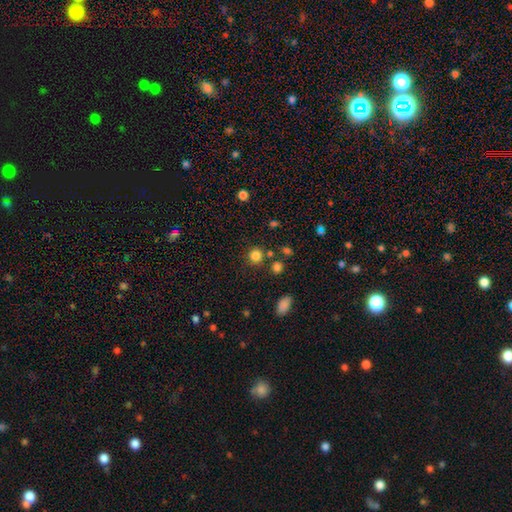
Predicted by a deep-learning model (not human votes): smooth_or_featured: smooth (p=0.82) [alt: star or artifact p=0.13]
how_rounded: round (p=0.90) [alt: in between p=0.09]
merging: none (p=0.81) [alt: minor disturbance p=0.09]